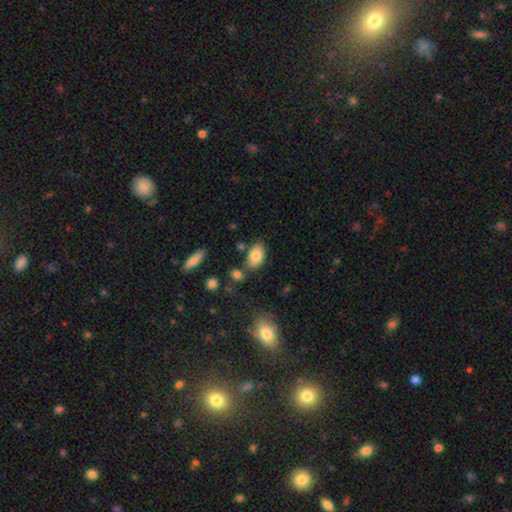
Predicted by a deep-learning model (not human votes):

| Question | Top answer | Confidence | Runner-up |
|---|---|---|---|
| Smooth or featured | smooth | 82% | featured or disk (11%) |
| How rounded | in between | 92% | round (6%) |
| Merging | none | 72% | minor disturbance (16%) |